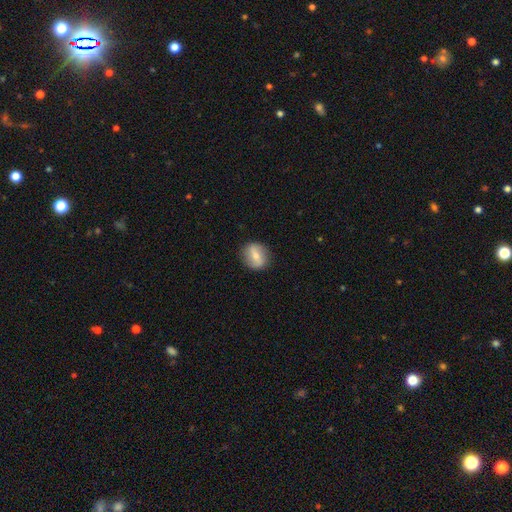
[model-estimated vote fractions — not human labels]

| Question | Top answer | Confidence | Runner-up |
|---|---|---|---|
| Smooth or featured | smooth | 55% | featured or disk (38%) |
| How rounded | round | 66% | in between (31%) |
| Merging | none | 85% | minor disturbance (11%) |